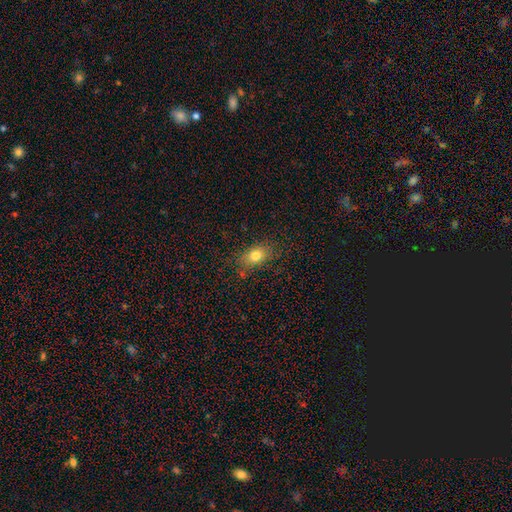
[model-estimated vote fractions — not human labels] This is likely a smooth galaxy (78%). How rounded: likely in between (74%). Merging: likely none (76%).